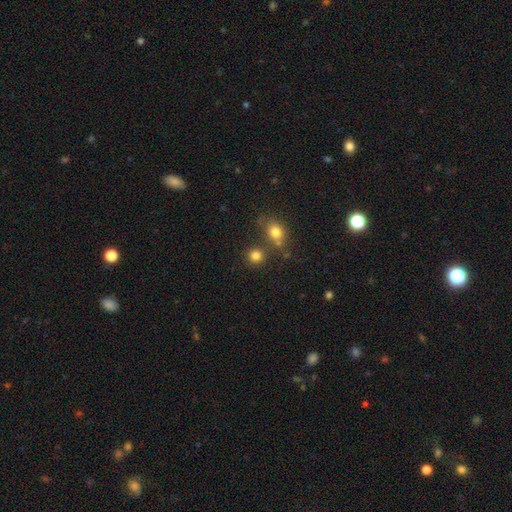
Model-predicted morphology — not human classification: smooth_or_featured: smooth (p=0.81) [alt: star or artifact p=0.13]
how_rounded: round (p=0.86) [alt: in between p=0.13]
merging: none (p=0.74) [alt: merger p=0.14]